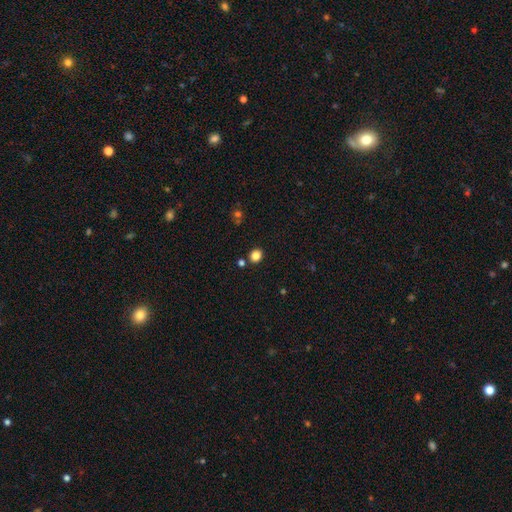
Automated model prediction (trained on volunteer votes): A smooth galaxy with no disk features (83%) that is round (74%). Merging: none (85%).